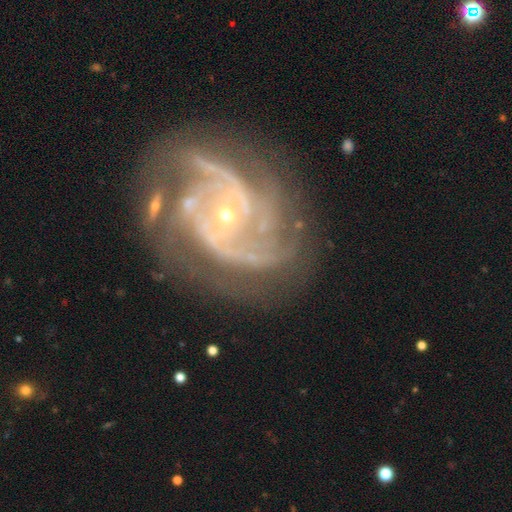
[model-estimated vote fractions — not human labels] Smooth or featured? featured or disk (90%)
Edge-on disk? no (98%)
Bar? no (60%)
Spiral arms? yes (98%)
Spiral winding? tight (48%)
Spiral arm count? 3 (28%)
Bulge size? small (85%)
Merging? none (62%)